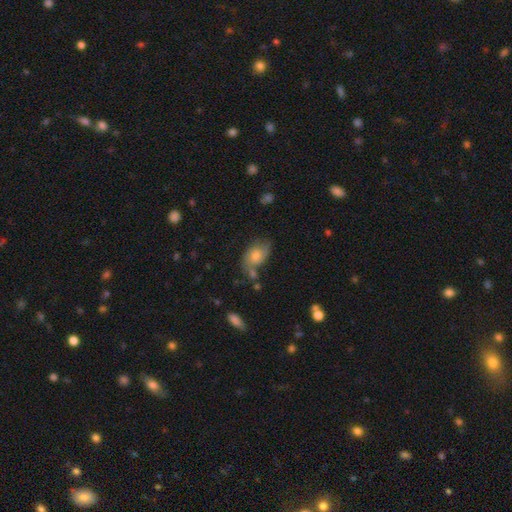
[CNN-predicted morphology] smooth_or_featured: smooth (p=0.53) [alt: featured or disk p=0.37]
how_rounded: in between (p=0.83) [alt: round p=0.15]
merging: none (p=0.49) [alt: minor disturbance p=0.28]